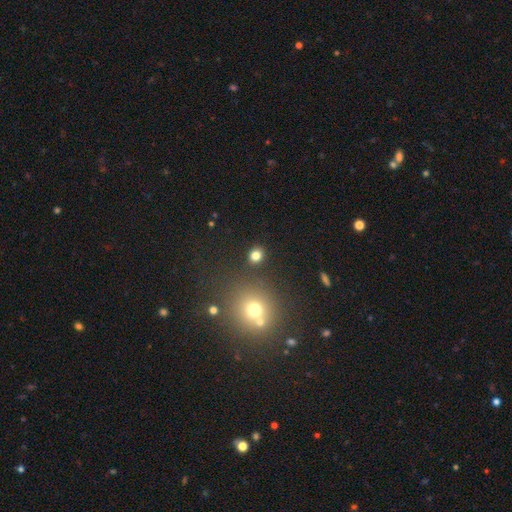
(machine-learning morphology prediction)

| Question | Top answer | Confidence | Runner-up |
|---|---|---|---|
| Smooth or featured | smooth | 79% | star or artifact (15%) |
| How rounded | round | 71% | in between (28%) |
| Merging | none | 86% | minor disturbance (7%) |